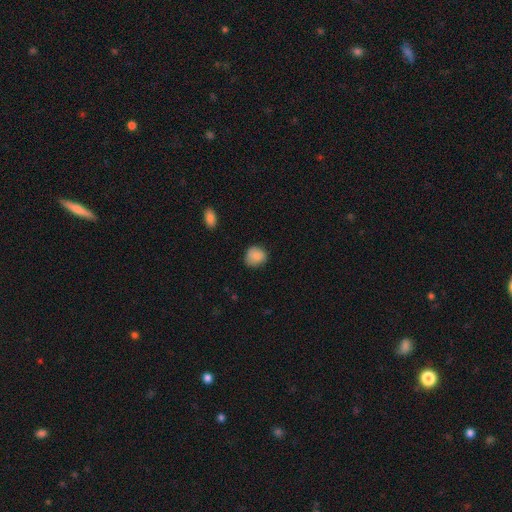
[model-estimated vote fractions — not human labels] This is clearly a smooth galaxy (87%). How rounded: likely round (77%). Merging: likely none (74%).